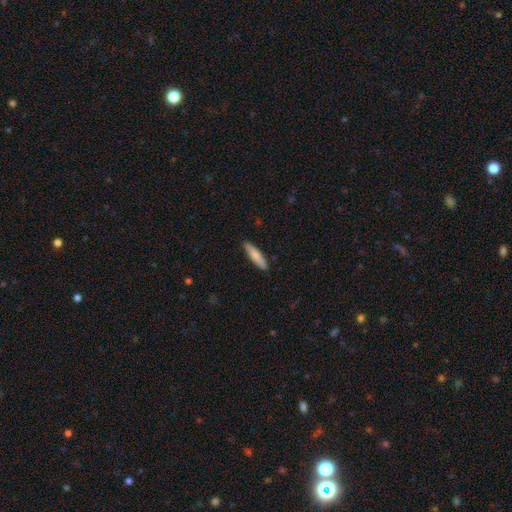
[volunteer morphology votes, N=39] Q: Smooth or featured?
A: smooth (77%); runner-up: featured or disk (13%)
Q: How rounded?
A: cigar-shaped (77%); runner-up: in between (23%)
Q: Merging?
A: none (86%); runner-up: minor disturbance (9%)